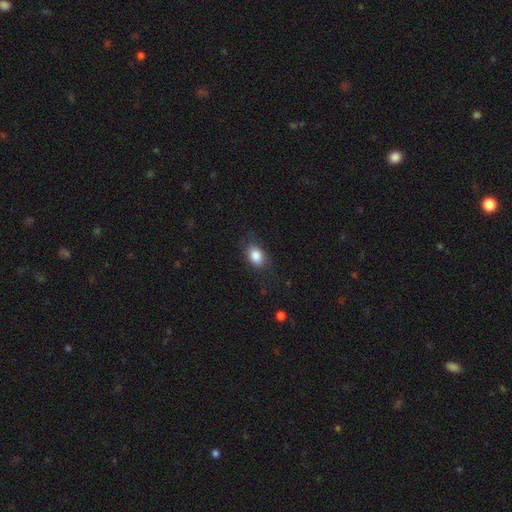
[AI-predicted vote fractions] Smooth or featured? smooth (85%)
How rounded? in between (77%)
Merging? none (76%)